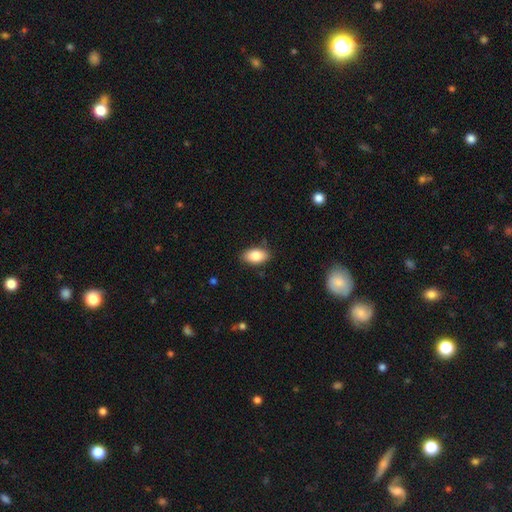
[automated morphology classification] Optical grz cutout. It shows a smooth galaxy with no disk features (84%) that is in between round and cigar-shaped (92%). Merging: none (85%).